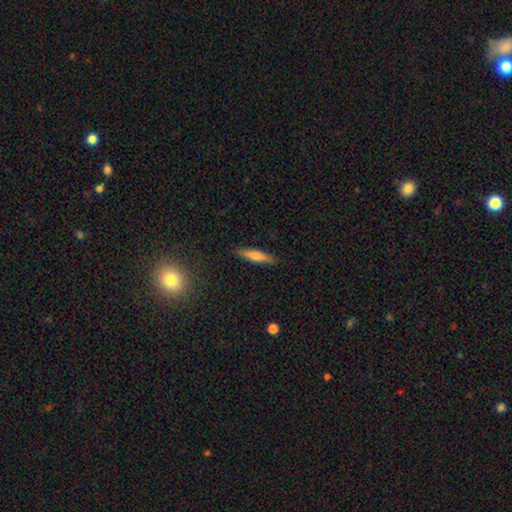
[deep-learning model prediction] smooth_or_featured: smooth (p=0.57) [alt: featured or disk p=0.36]
how_rounded: cigar-shaped (p=0.85) [alt: in between p=0.13]
merging: none (p=0.88) [alt: minor disturbance p=0.08]